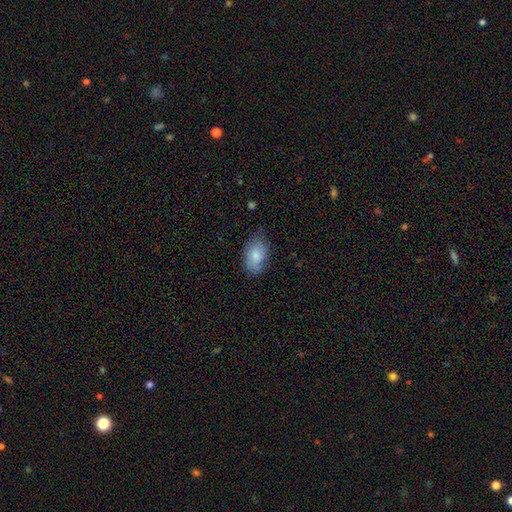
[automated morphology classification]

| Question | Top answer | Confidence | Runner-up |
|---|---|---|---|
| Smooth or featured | smooth | 80% | featured or disk (13%) |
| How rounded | in between | 91% | round (7%) |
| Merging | none | 62% | minor disturbance (30%) |